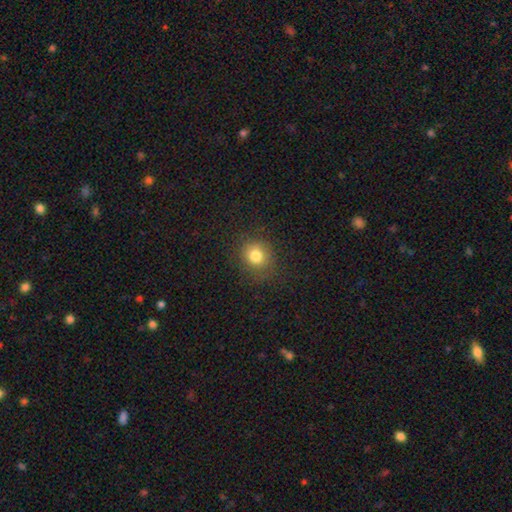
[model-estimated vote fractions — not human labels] smooth 80%, star or artifact 13%, featured or disk 7%. Down the decision tree: how rounded — round (80%); merging — none (83%).